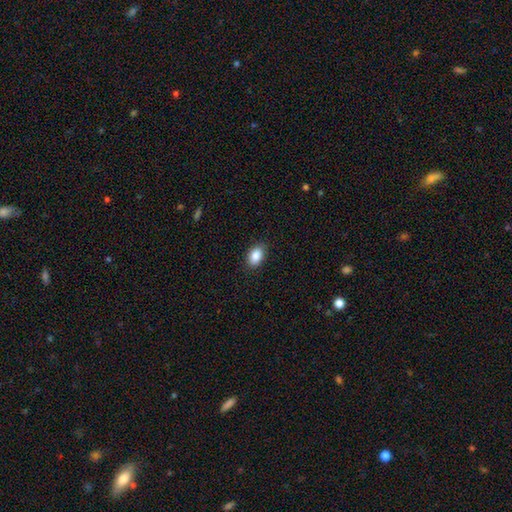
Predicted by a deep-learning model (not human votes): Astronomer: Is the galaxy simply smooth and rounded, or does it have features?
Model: smooth — 87%.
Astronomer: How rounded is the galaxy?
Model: in between — 84%.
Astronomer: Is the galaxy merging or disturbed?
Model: none — 87%.